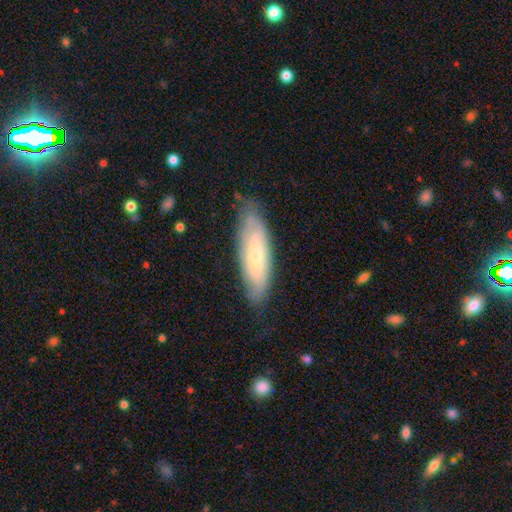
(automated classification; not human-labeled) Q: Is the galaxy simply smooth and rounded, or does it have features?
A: featured or disk — 54%.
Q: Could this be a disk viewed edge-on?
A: no — 75%.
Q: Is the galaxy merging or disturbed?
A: none — 73%.